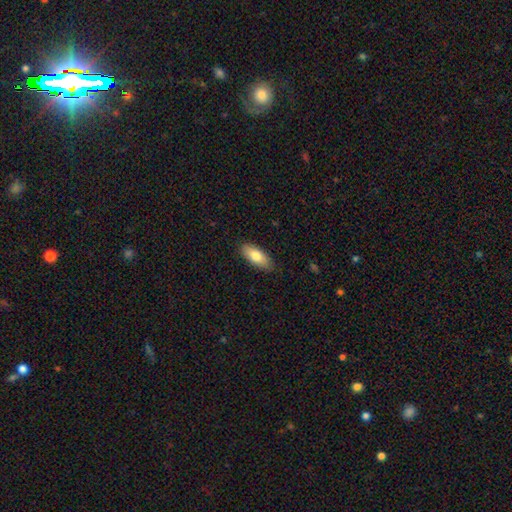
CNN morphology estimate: Q: Smooth or featured?
A: smooth (79%); runner-up: featured or disk (14%)
Q: How rounded?
A: in between (81%); runner-up: cigar-shaped (17%)
Q: Merging?
A: none (86%); runner-up: minor disturbance (11%)